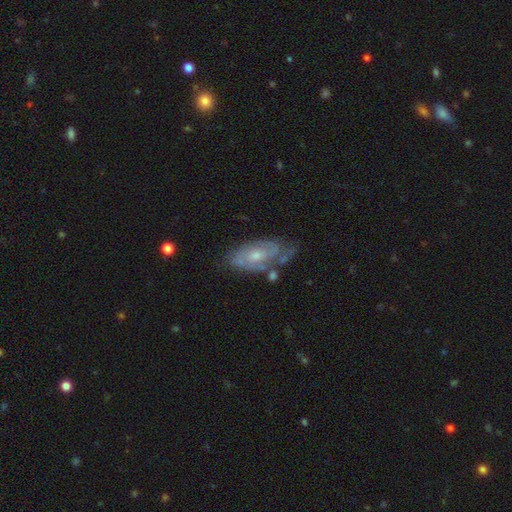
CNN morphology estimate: Smooth or featured? Predicted: featured or disk (p=0.74). Edge-on disk? Predicted: no (p=0.93). Bar? Predicted: no (p=0.63). Spiral arms? Predicted: yes (p=0.83). Spiral winding? Predicted: tight (p=0.54). Spiral arm count? Predicted: 2 (p=0.42). Bulge size? Predicted: small (p=0.49). Merging? Predicted: none (p=0.53).